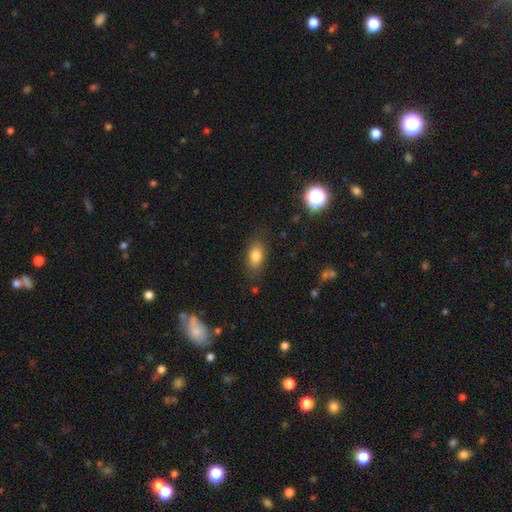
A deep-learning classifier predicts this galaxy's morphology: The model was most divided on "merging": none: 80%, minor disturbance: 14%, major disturbance: 4%, merger: 1%. More confident: how rounded — in between (87%); smooth or featured — smooth (81%).